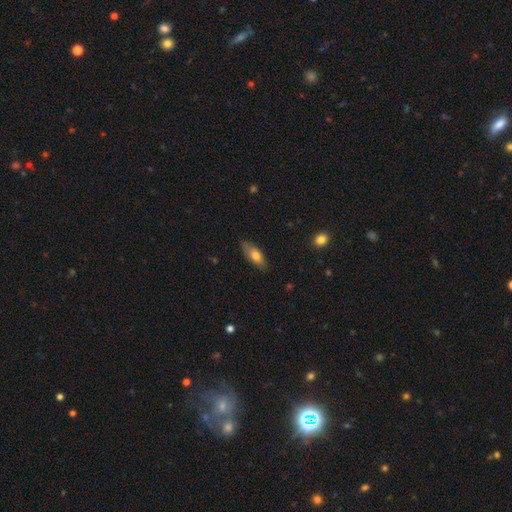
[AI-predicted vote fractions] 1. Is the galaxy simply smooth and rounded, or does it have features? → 71% smooth, 22% featured or disk, 6% star or artifact.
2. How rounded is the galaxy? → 79% in between, 18% cigar-shaped, 3% round.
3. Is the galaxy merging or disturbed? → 78% none, 18% minor disturbance, 3% major disturbance, 1% merger.